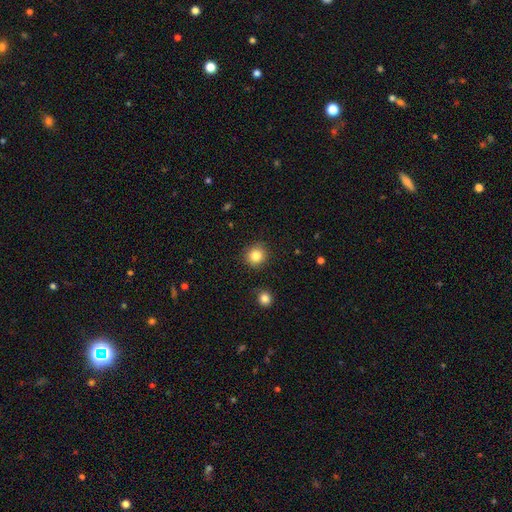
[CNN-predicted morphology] The model was most divided on "smooth or featured": smooth: 84%, star or artifact: 10%, featured or disk: 6%. More confident: how rounded — round (91%); merging — none (88%).